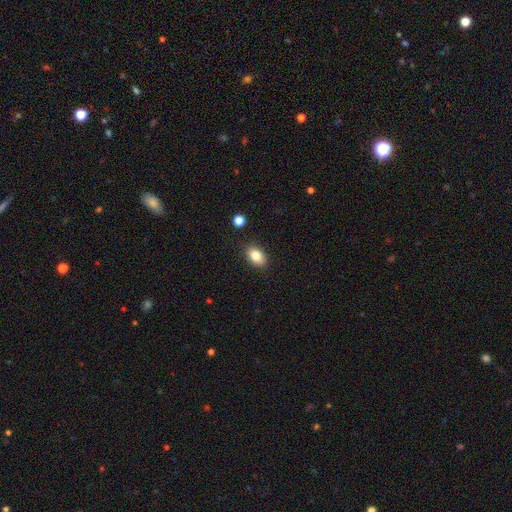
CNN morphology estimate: Q: Smooth or featured?
A: smooth (82%); runner-up: featured or disk (9%)
Q: How rounded?
A: in between (86%); runner-up: round (12%)
Q: Merging?
A: none (87%); runner-up: minor disturbance (9%)